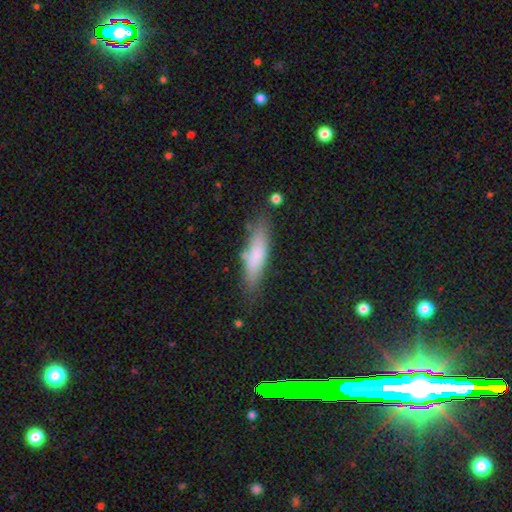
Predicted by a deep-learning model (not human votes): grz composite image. It shows a smooth galaxy with no disk features (75%) that is cigar-shaped (67%). Merging: none (74%).